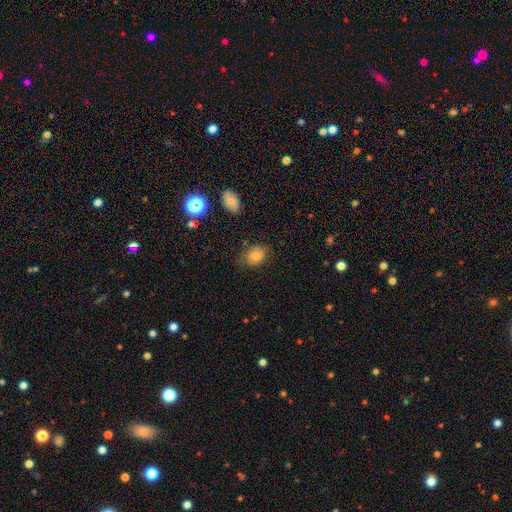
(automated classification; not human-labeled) Smooth or featured?
  - smooth: 75% *
  - star or artifact: 14%
  - featured or disk: 12%
How rounded?
  - in between: 65% *
  - round: 33%
  - cigar-shaped: 1%
Merging?
  - none: 72% *
  - minor disturbance: 21%
  - major disturbance: 5%
  - merger: 2%